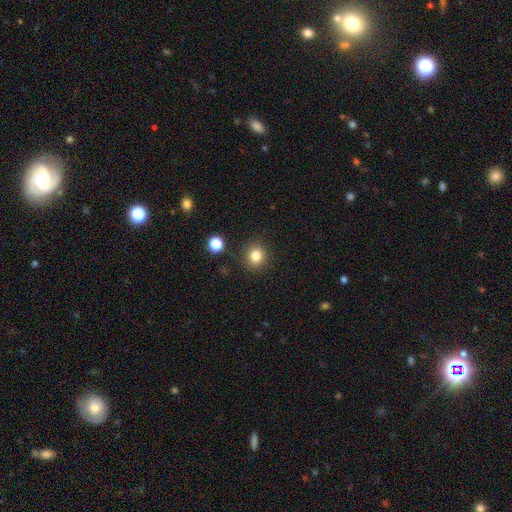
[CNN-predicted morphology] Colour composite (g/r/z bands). It shows a smooth galaxy with no disk features (82%) that is round (84%). Merging: none (88%).